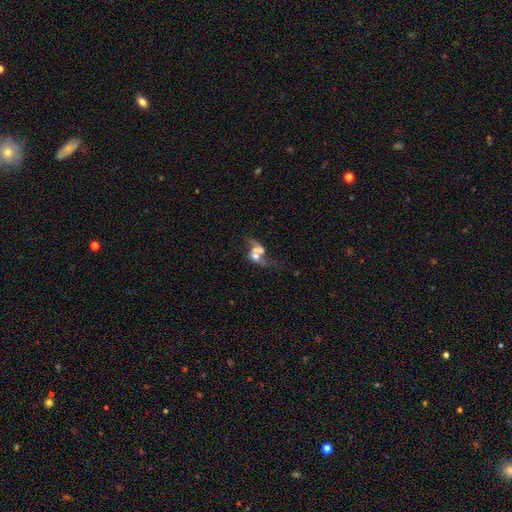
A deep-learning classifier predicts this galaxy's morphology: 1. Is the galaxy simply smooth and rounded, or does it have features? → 47% featured or disk, 40% smooth, 14% star or artifact.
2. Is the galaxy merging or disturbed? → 60% merger, 17% none, 15% major disturbance, 8% minor disturbance.